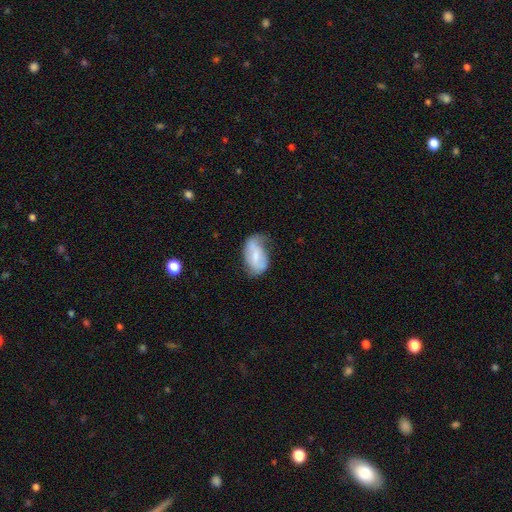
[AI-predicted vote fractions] Smooth or featured? smooth (52%)
How rounded? in between (91%)
Merging? none (40%)